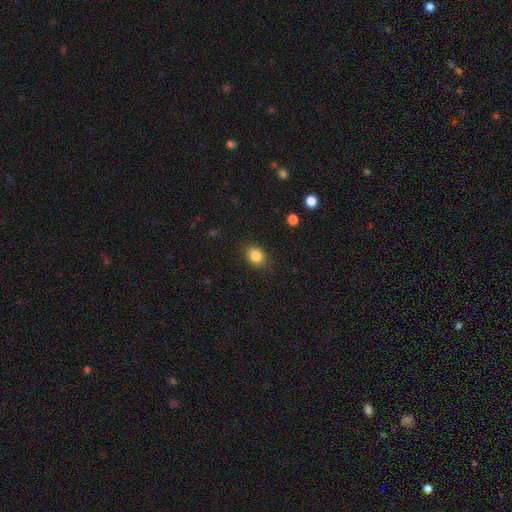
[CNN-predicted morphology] The model was most divided on "how rounded": in between: 50%, round: 49%, cigar-shaped: 1%. More confident: merging — none (85%); smooth or featured — smooth (84%).